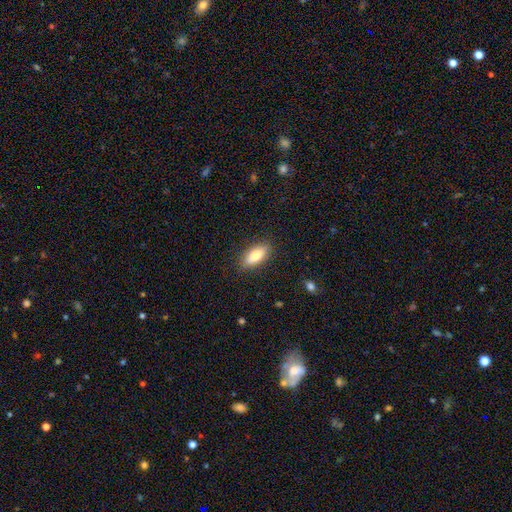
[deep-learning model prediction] A smooth galaxy with no disk features (78%) that is in between round and cigar-shaped (79%). Merging: none (86%).